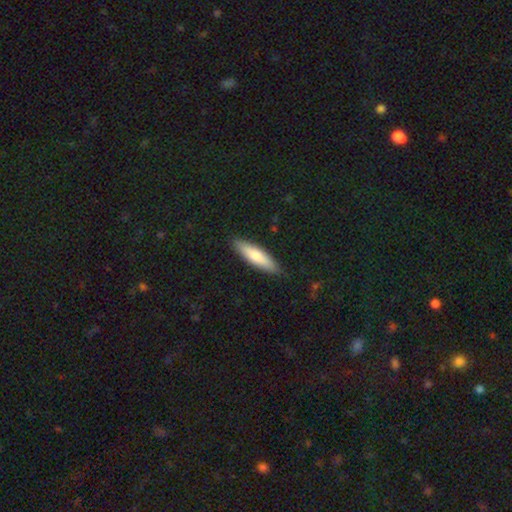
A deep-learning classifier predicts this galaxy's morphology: This is likely a smooth galaxy (70%). How rounded: likely cigar-shaped (73%). Merging: clearly none (88%).